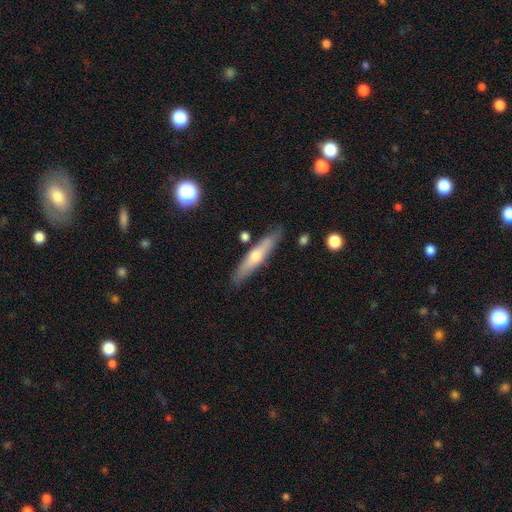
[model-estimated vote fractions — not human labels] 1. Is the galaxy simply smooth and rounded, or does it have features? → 50% featured or disk, 43% smooth, 7% star or artifact.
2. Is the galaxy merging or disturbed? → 85% none, 10% minor disturbance, 3% merger, 2% major disturbance.